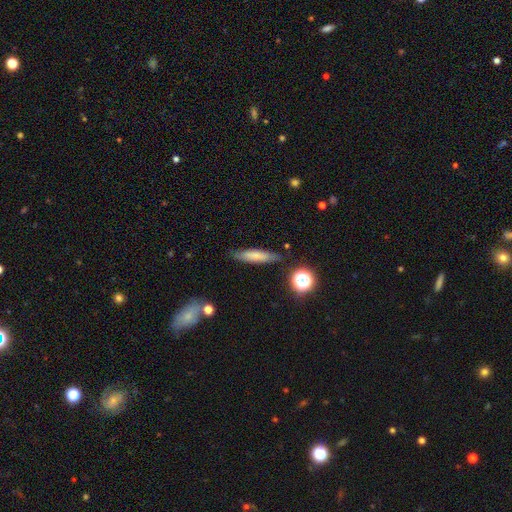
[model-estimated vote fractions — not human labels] Smooth or featured: smooth — 71% (featured or disk — 19%)
How rounded: cigar-shaped — 76% (in between — 21%)
Merging: none — 82% (minor disturbance — 13%)